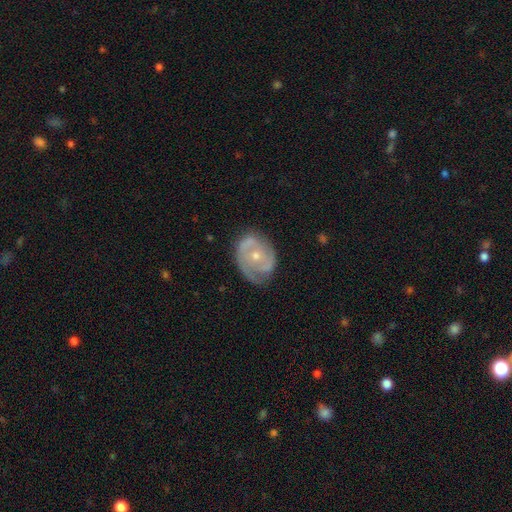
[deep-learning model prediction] A featured or disk galaxy (79%) with no bar (73%), 2 (55%) tight (54%) spiral arms (89%) and a small central bulge (54%).

Vote fractions:
- Smooth or featured? featured or disk: 79% / smooth: 15% / star or artifact: 5%
- Edge-on disk? no: 97% / yes: 3%
- Bar? no: 73% / weak: 21% / strong: 5%
- Spiral arms? yes: 89% / no: 11%
- Spiral winding? tight: 54% / medium: 34% / loose: 12%
- Spiral arm count? 2: 55% / can't tell: 19% / 1: 12% / 3: 10% / 4: 2% / more than 4: 2%
- Bulge size? small: 54% / moderate: 43% / large: 1% / none: 1% / dominant: 1%
- Merging? none: 64% / minor disturbance: 24% / major disturbance: 10% / merger: 2%